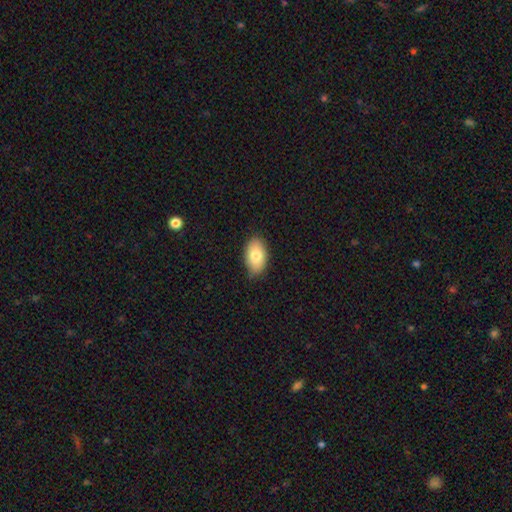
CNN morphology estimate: smooth-or-featured: smooth: 80% | featured or disk: 13% | star or artifact: 7%
  how-rounded: in between: 93% | round: 6% | cigar-shaped: 1%
  merging: none: 83% | minor disturbance: 13% | major disturbance: 2% | merger: 1%